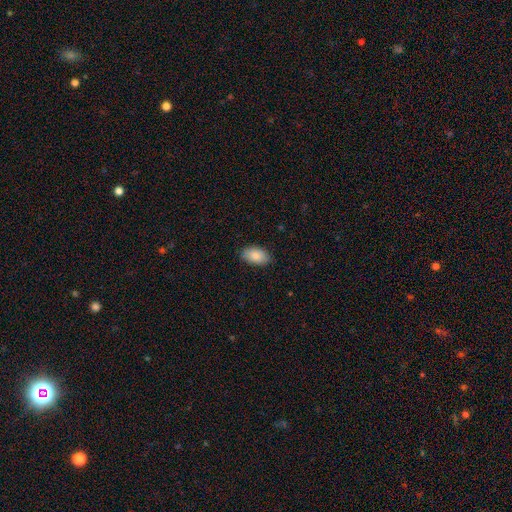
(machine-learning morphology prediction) A smooth galaxy with no disk features (87%) that is in between round and cigar-shaped (94%). Merging: none (86%).